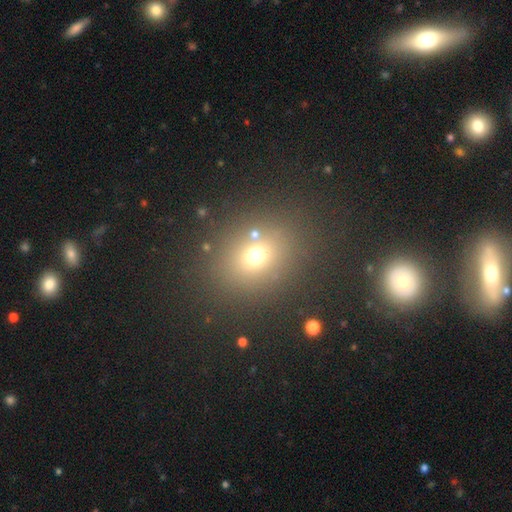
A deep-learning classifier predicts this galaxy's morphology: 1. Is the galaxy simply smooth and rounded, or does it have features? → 68% smooth, 21% star or artifact, 11% featured or disk.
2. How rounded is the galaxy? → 63% round, 36% in between, 1% cigar-shaped.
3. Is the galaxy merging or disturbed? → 80% none, 9% minor disturbance, 6% merger, 5% major disturbance.